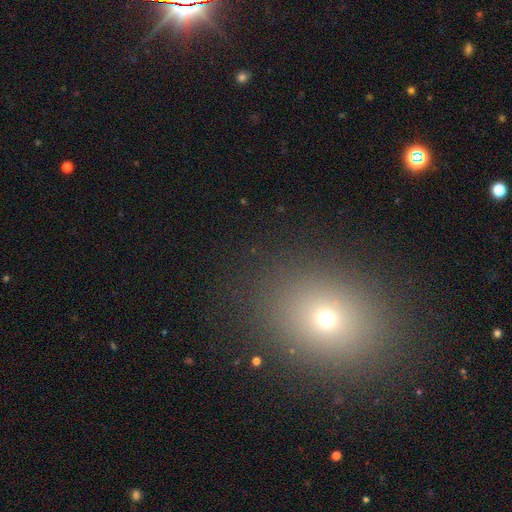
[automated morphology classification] Smooth or featured? smooth (59%)
How rounded? round (53%)
Merging? none (86%)